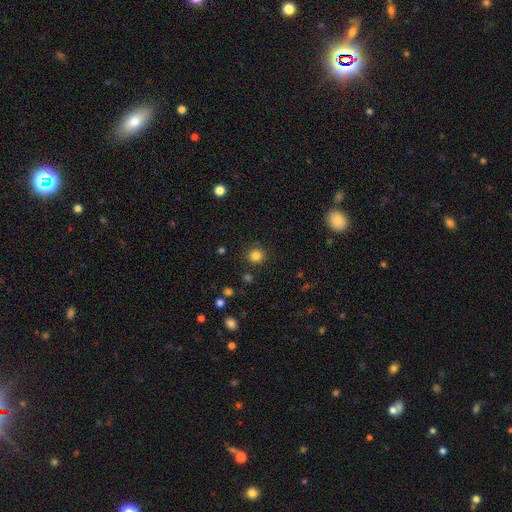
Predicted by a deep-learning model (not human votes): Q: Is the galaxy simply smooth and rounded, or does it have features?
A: smooth — 82%.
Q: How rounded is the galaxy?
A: round — 91%.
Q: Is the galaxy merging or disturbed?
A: none — 88%.